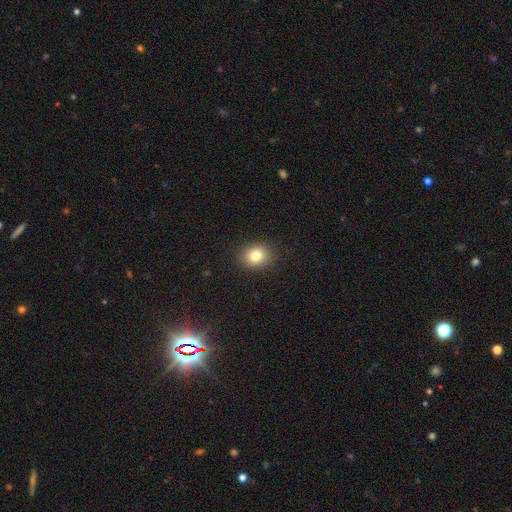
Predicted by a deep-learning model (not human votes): Smooth or featured: smooth — 82% (star or artifact — 11%)
How rounded: round — 61% (in between — 38%)
Merging: none — 89% (minor disturbance — 8%)